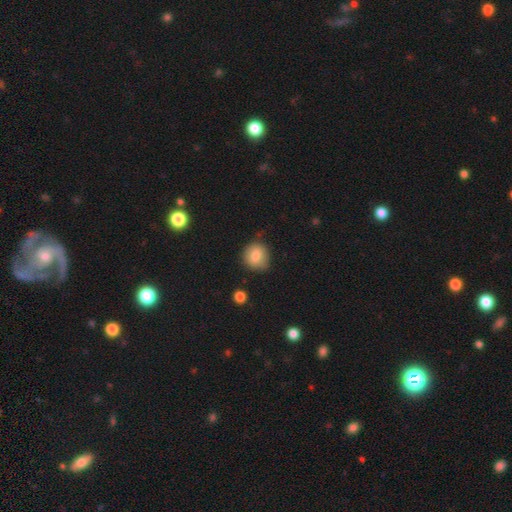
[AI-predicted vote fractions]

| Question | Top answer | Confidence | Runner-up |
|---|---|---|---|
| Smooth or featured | smooth | 81% | featured or disk (10%) |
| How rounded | round | 82% | in between (17%) |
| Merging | none | 75% | minor disturbance (19%) |